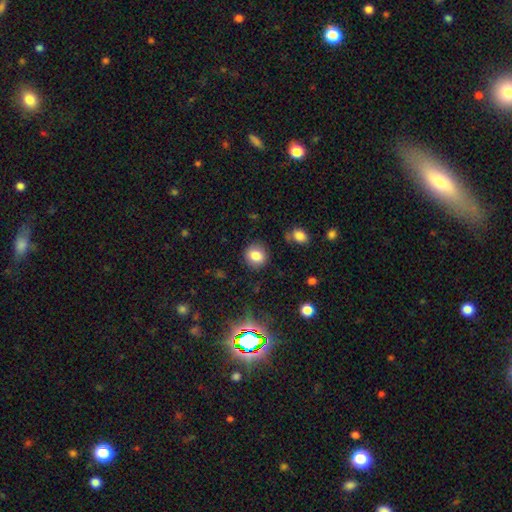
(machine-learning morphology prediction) Overall: smooth (81%). How rounded: round (80%). Merging: none (87%).